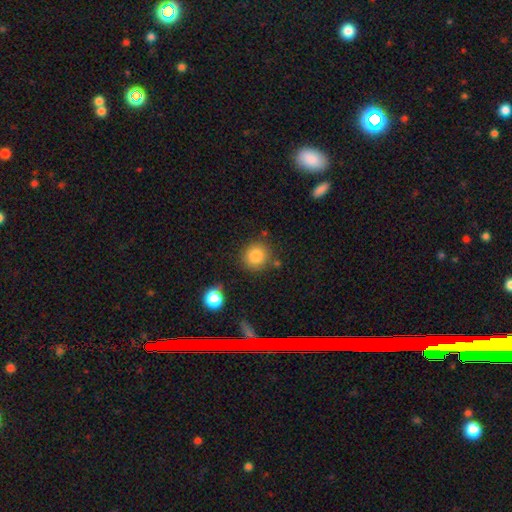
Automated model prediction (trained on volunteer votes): smooth 84%, star or artifact 10%, featured or disk 6%. Down the decision tree: how rounded — round (91%); merging — none (83%).